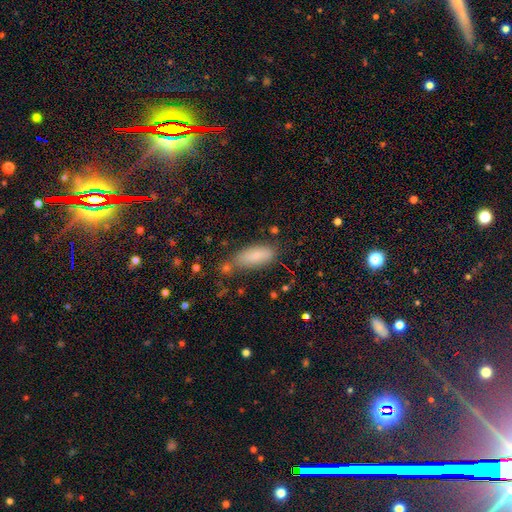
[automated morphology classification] smooth-or-featured: smooth: 81% | featured or disk: 11% | star or artifact: 9%
  how-rounded: in between: 76% | cigar-shaped: 21% | round: 2%
  merging: none: 69% | minor disturbance: 19% | merger: 8% | major disturbance: 5%